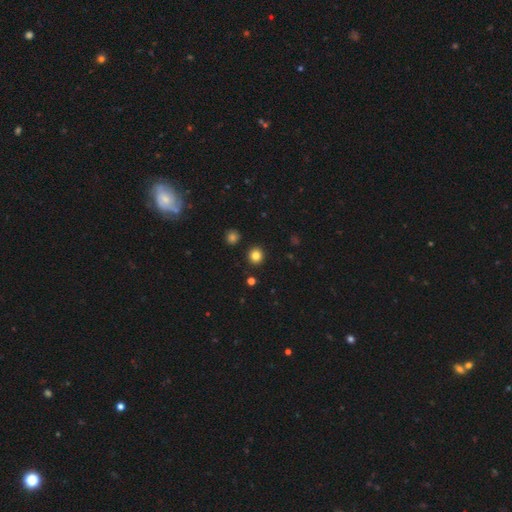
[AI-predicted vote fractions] This appears to be a smooth galaxy with no disk features (83%) that is round (91%). Merging: none (92%).